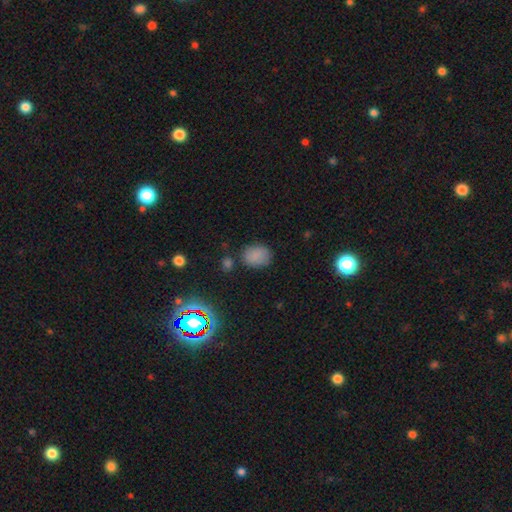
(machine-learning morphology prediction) A smooth galaxy with no disk features (83%) that is in between round and cigar-shaped (58%). Merging: none (76%).